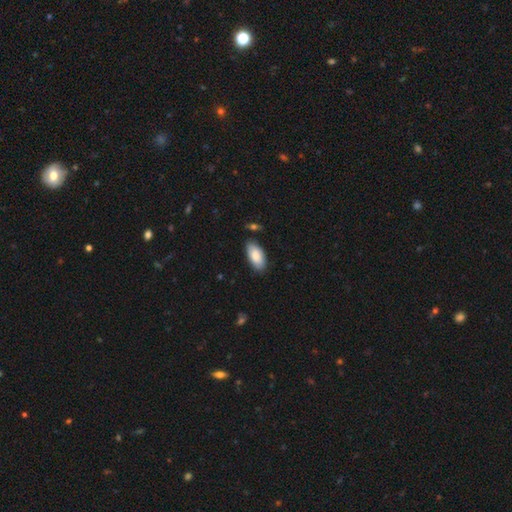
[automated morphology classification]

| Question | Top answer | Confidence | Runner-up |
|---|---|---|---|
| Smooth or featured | smooth | 86% | featured or disk (8%) |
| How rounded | in between | 93% | cigar-shaped (6%) |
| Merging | none | 82% | minor disturbance (13%) |